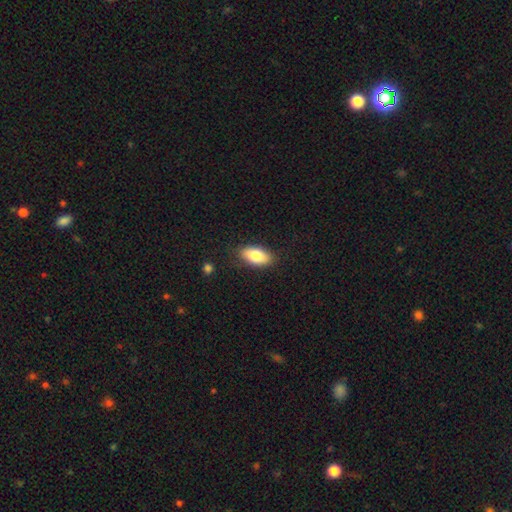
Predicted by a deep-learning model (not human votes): The model was most divided on "smooth or featured": smooth: 79%, featured or disk: 14%, star or artifact: 7%. More confident: how rounded — in between (90%); merging — none (85%).